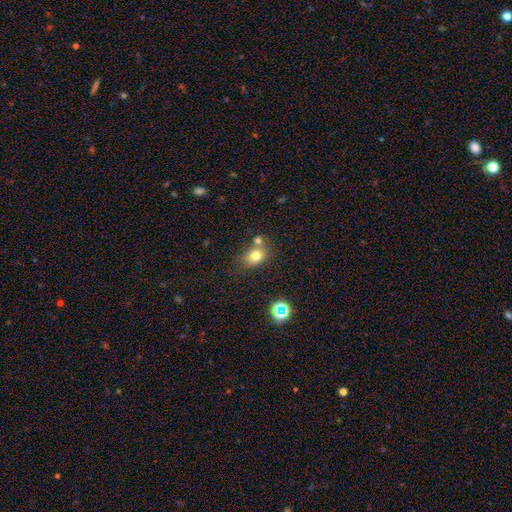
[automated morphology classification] smooth 75%, star or artifact 14%, featured or disk 12%. Down the decision tree: how rounded — in between (60%); merging — none (56%).